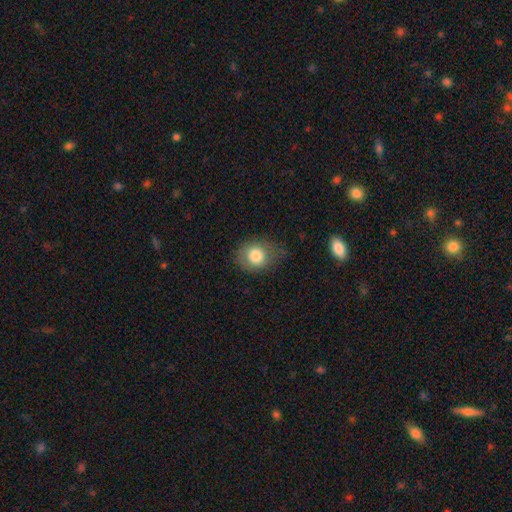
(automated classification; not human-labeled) The model was most divided on "how rounded": round: 56%, in between: 43%, cigar-shaped: 1%. More confident: smooth or featured — smooth (79%); merging — none (68%).